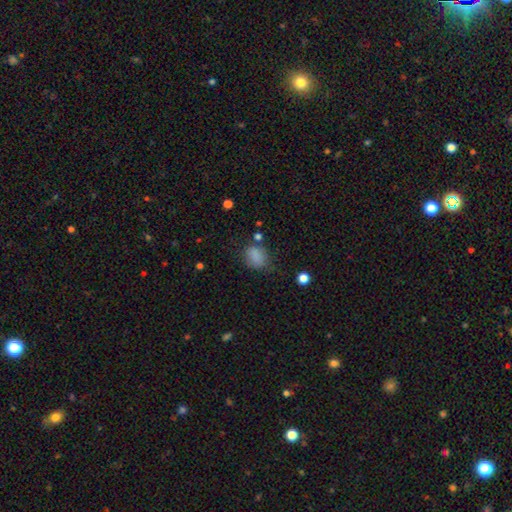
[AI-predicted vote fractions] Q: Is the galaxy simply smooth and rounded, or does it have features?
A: smooth — 82%.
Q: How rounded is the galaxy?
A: in between — 60%.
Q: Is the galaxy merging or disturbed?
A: none — 64%.